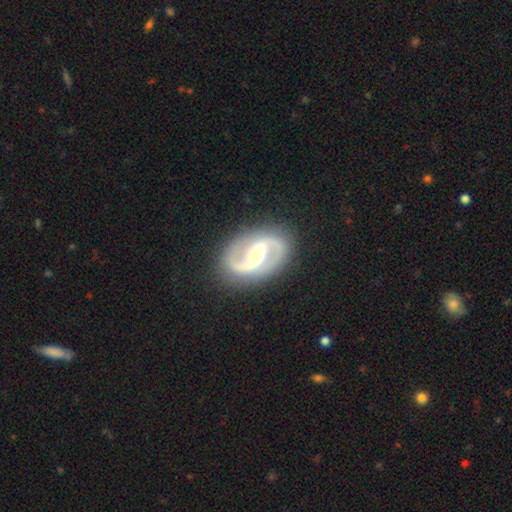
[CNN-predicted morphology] A featured or disk galaxy (91%) with a strong bar (45%), 2 (94%) medium (57%) spiral arms (96%) and a moderate central bulge (66%). Merging: none (88%).